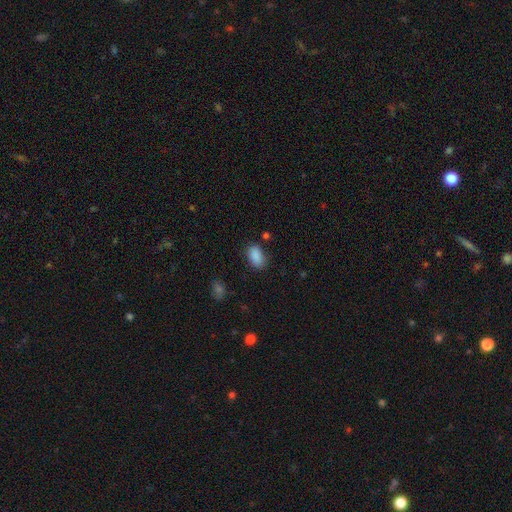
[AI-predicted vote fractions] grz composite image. It shows a smooth galaxy with no disk features (88%) that is in between round and cigar-shaped (91%). Merging: none (79%).